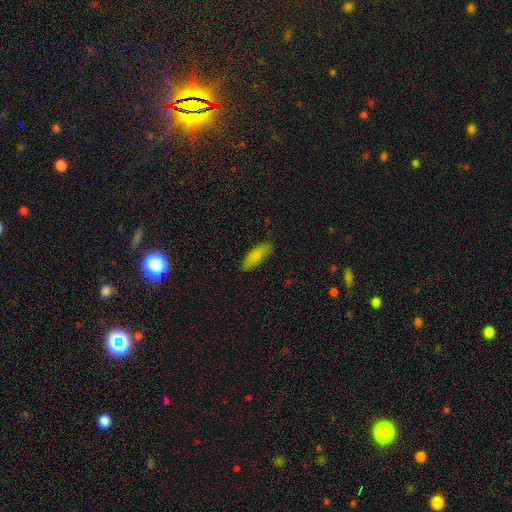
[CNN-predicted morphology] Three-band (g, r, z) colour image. It shows a smooth galaxy with no disk features (84%) that is in between round and cigar-shaped (65%). Merging: none (83%).